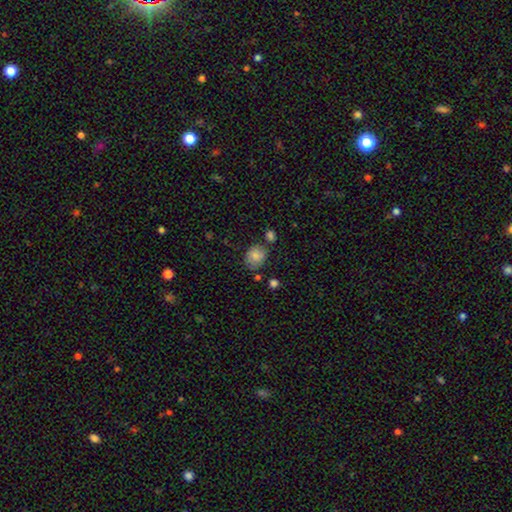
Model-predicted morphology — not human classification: A smooth galaxy with no disk features (80%) that is round (57%). Merging: none (65%).